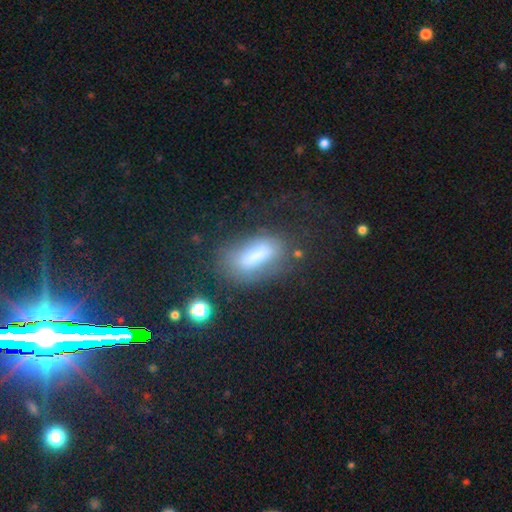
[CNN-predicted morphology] A smooth galaxy with no disk features (67%) that is in between round and cigar-shaped (75%). Merging: none (58%).